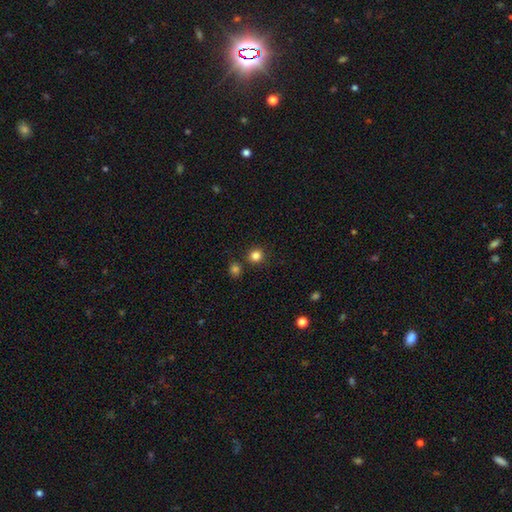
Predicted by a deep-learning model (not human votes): Smooth or featured? smooth (83%)
How rounded? round (92%)
Merging? none (86%)